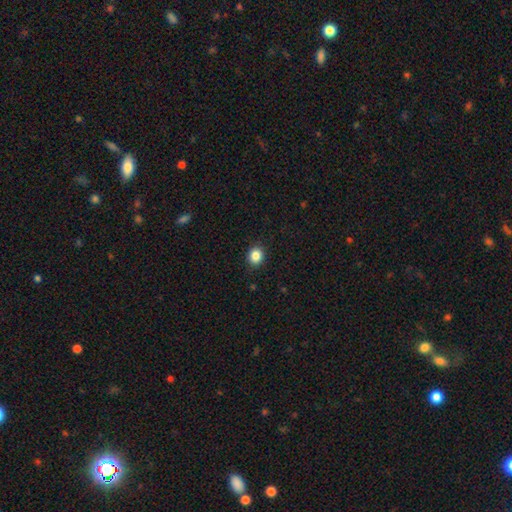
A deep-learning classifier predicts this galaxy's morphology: Smooth or featured? smooth (85%)
How rounded? round (72%)
Merging? none (89%)